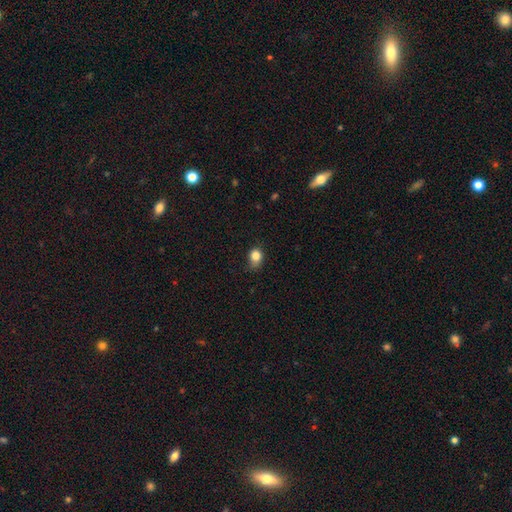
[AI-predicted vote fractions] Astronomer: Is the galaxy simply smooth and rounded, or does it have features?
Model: smooth — 83%.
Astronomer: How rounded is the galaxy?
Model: round — 52% (runner-up: in between, 47%).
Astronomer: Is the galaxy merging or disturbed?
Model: none — 65%.